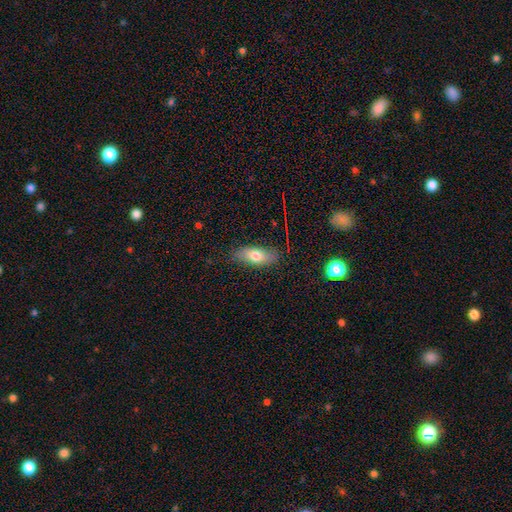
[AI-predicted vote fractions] Smooth or featured? Predicted: smooth (p=0.72). How rounded? Predicted: in between (p=0.79). Merging? Predicted: none (p=0.84).